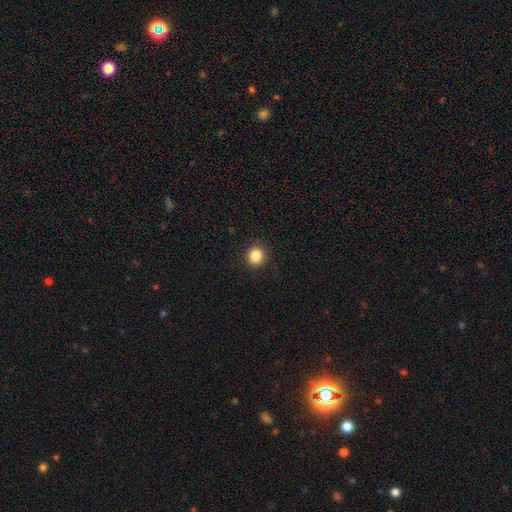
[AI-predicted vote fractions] smooth-or-featured: smooth: 85% | star or artifact: 11% | featured or disk: 4%
  how-rounded: round: 86% | in between: 13% | cigar-shaped: 1%
  merging: none: 91% | minor disturbance: 6% | major disturbance: 2% | merger: 1%